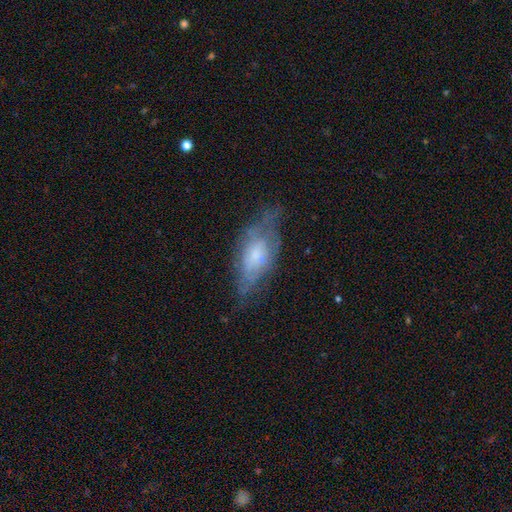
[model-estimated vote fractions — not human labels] Morphology: type=featured or disk (50%); edge-on=no (75%); merging=none (50%).